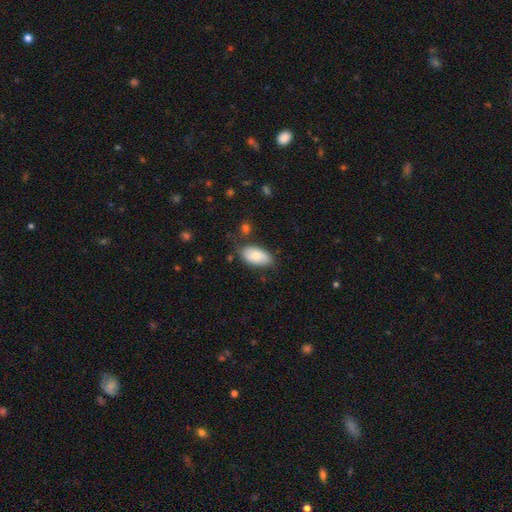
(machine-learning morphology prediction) smooth_or_featured: smooth (p=0.74) [alt: featured or disk p=0.19]
how_rounded: in between (p=0.94) [alt: round p=0.03]
merging: none (p=0.73) [alt: minor disturbance p=0.20]